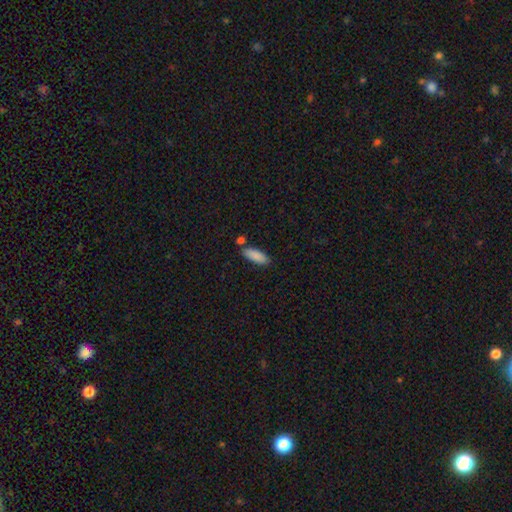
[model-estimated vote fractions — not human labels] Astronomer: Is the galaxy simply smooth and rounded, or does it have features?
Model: smooth — 87%.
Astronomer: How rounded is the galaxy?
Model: in between — 72%.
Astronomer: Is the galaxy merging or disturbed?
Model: none — 74%.